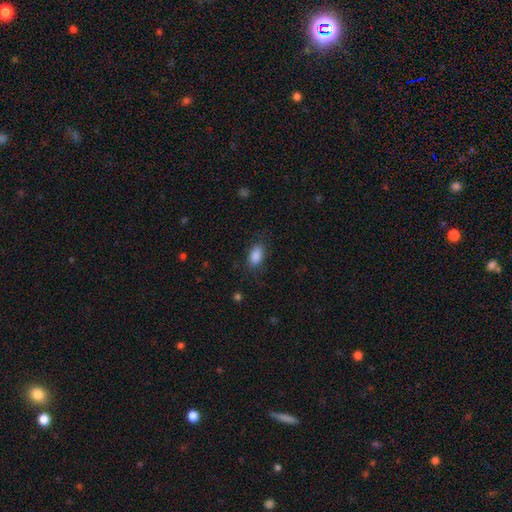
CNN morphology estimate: Smooth or featured: smooth — 88% (star or artifact — 8%)
How rounded: in between — 91% (round — 6%)
Merging: none — 82% (minor disturbance — 13%)